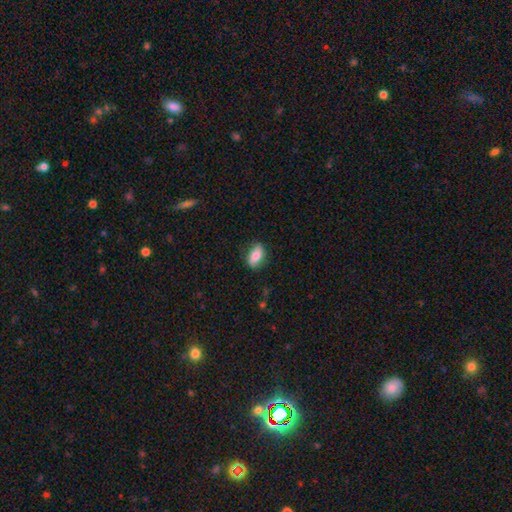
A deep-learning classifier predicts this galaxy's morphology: smooth-or-featured: smooth: 74% | featured or disk: 20% | star or artifact: 7%
  how-rounded: in between: 86% | cigar-shaped: 8% | round: 6%
  merging: none: 80% | minor disturbance: 15% | major disturbance: 4% | merger: 1%